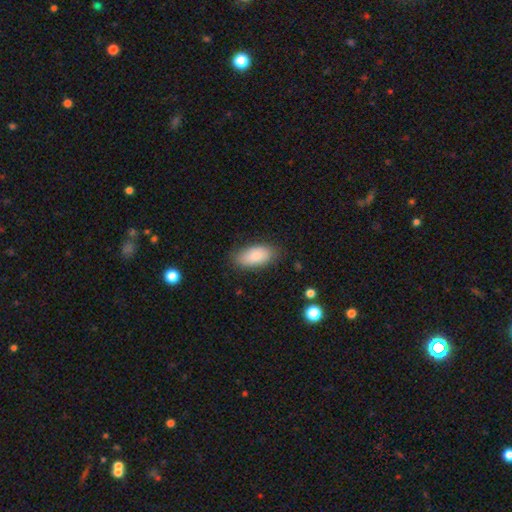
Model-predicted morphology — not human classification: Smooth or featured? Predicted: smooth (p=0.83). How rounded? Predicted: in between (p=0.93). Merging? Predicted: none (p=0.80).